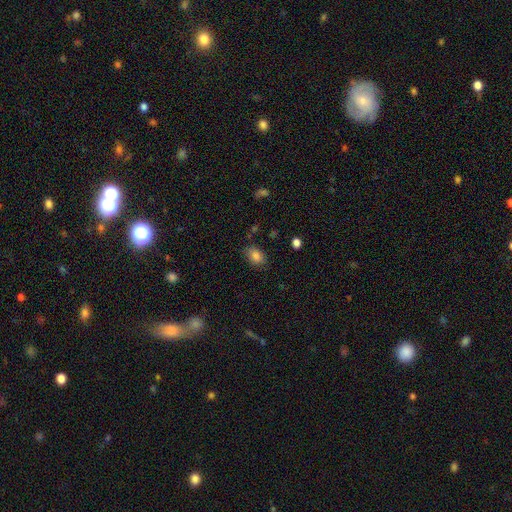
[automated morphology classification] Smooth or featured? smooth (84%)
How rounded? in between (80%)
Merging? none (80%)